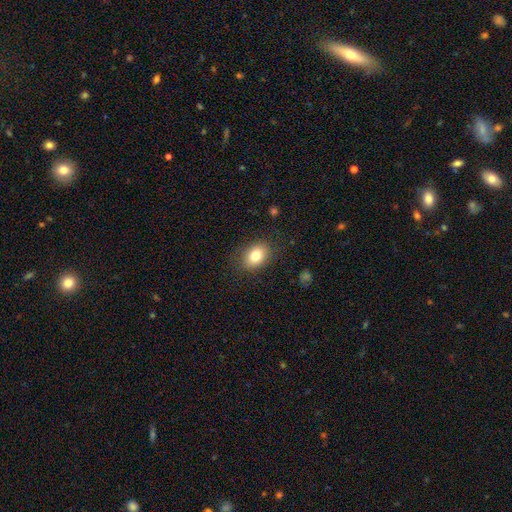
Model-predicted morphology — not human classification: Q: Smooth or featured?
A: smooth (80%); runner-up: featured or disk (11%)
Q: How rounded?
A: in between (72%); runner-up: round (27%)
Q: Merging?
A: none (84%); runner-up: minor disturbance (11%)